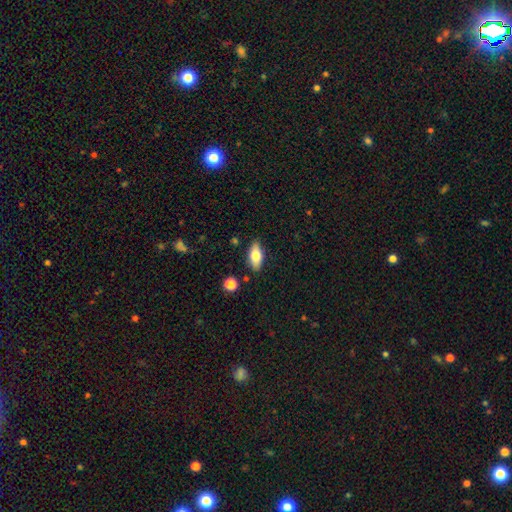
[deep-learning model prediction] This is likely a smooth galaxy (72%). How rounded: clearly in between (85%). Merging: clearly none (84%).